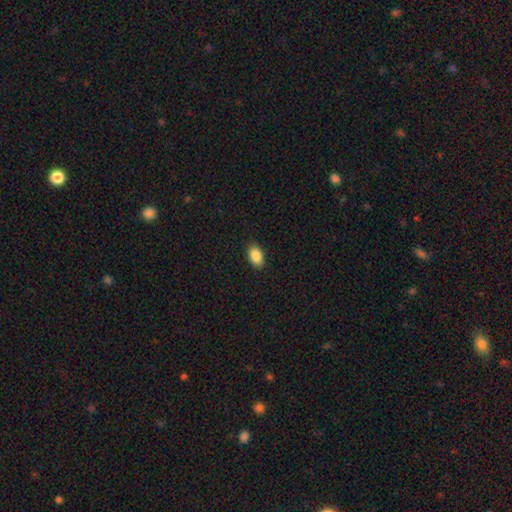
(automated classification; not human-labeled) smooth-or-featured: smooth: 88% | star or artifact: 8% | featured or disk: 5%
  how-rounded: in between: 90% | round: 9% | cigar-shaped: 2%
  merging: none: 90% | minor disturbance: 8% | major disturbance: 2% | merger: 1%